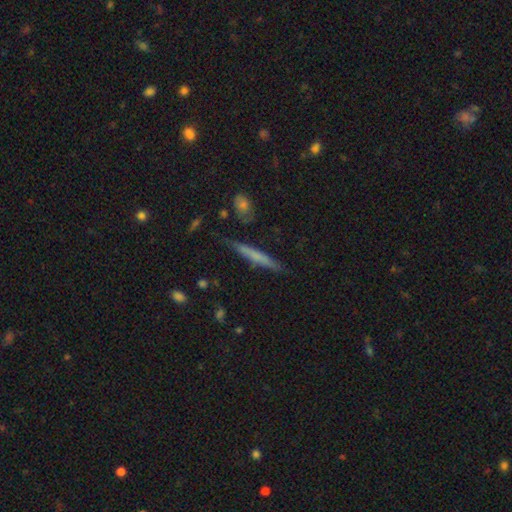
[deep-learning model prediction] The model was most divided on "smooth or featured": smooth: 52%, featured or disk: 41%, star or artifact: 8%. More confident: how rounded — cigar-shaped (94%); merging — none (82%).